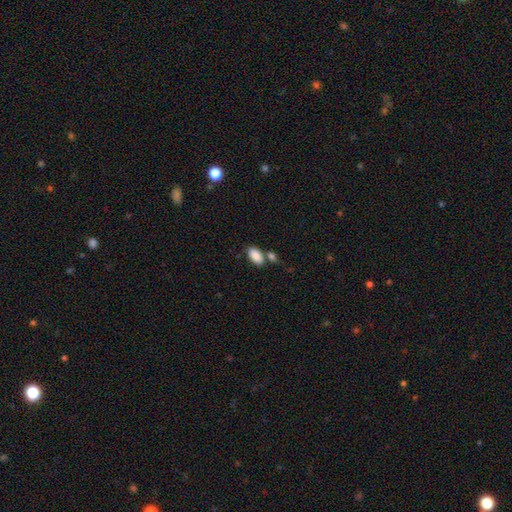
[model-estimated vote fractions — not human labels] smooth-or-featured: smooth: 88% | star or artifact: 7% | featured or disk: 5%
  how-rounded: in between: 94% | round: 3% | cigar-shaped: 2%
  merging: none: 61% | merger: 23% | minor disturbance: 12% | major disturbance: 4%